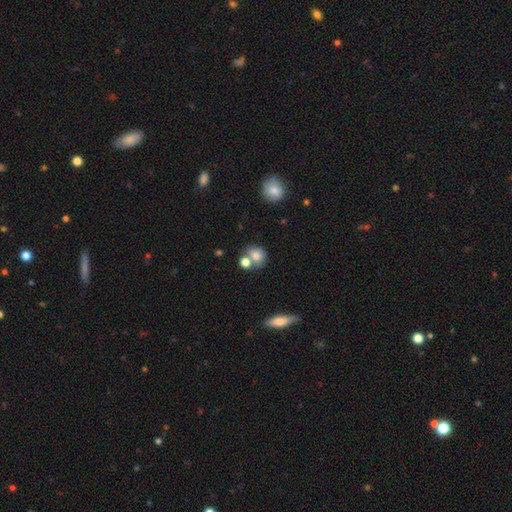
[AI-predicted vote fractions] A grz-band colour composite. It shows a smooth galaxy with no disk features (77%) that is round (68%). Merging: none (47%).